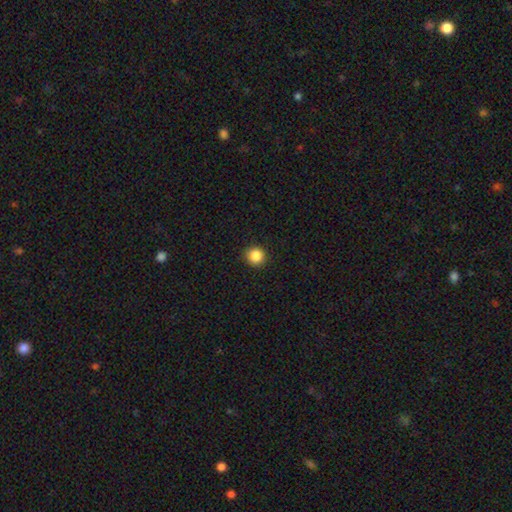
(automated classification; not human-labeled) smooth_or_featured: smooth (p=0.86) [alt: star or artifact p=0.10]
how_rounded: round (p=0.93) [alt: in between p=0.06]
merging: none (p=0.92) [alt: minor disturbance p=0.06]